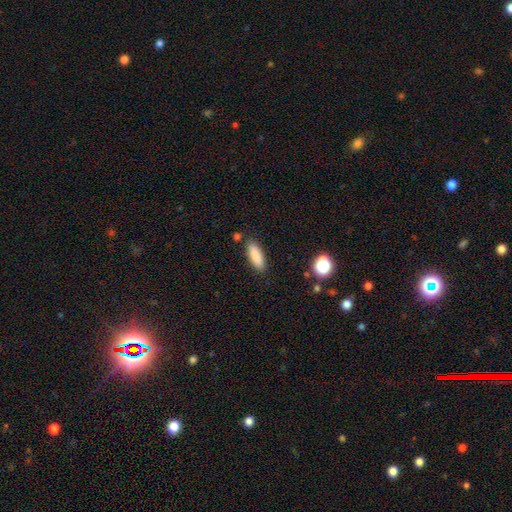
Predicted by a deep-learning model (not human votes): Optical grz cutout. It shows a smooth galaxy with no disk features (86%) that is in between round and cigar-shaped (54%). Merging: none (86%).